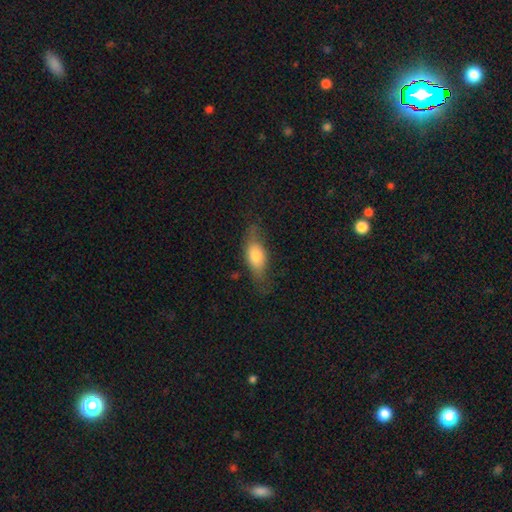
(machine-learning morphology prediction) smooth-or-featured: smooth: 69% | featured or disk: 24% | star or artifact: 8%
  how-rounded: in between: 78% | cigar-shaped: 16% | round: 6%
  merging: none: 58% | minor disturbance: 27% | major disturbance: 14% | merger: 2%